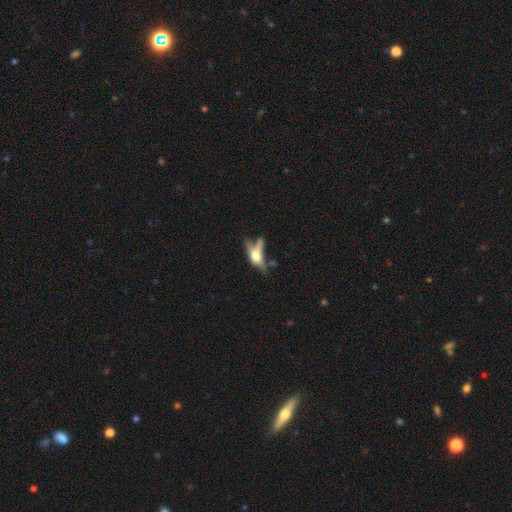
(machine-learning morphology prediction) Q: Smooth or featured?
A: featured or disk (48%); runner-up: smooth (41%)
Q: Merging?
A: none (34%); runner-up: major disturbance (25%)